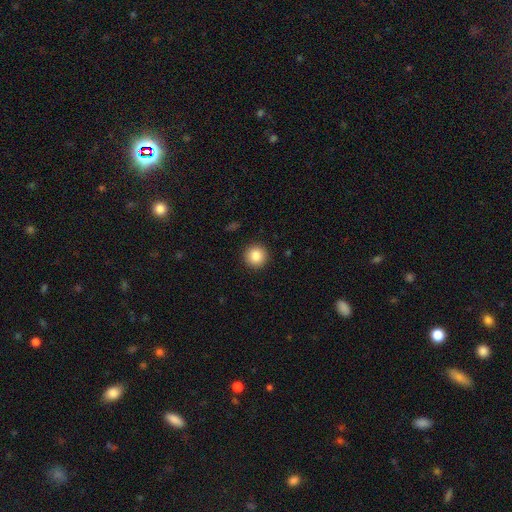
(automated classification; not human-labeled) Smooth or featured: smooth — 86% (star or artifact — 9%)
How rounded: round — 96% (in between — 3%)
Merging: none — 92% (minor disturbance — 5%)